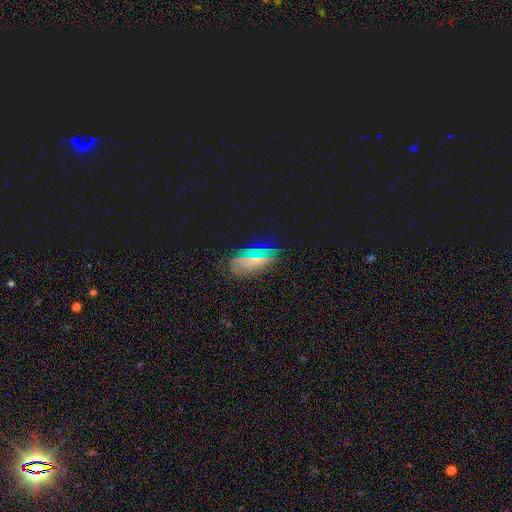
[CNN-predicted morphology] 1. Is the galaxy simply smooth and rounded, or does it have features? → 42% star or artifact, 33% smooth, 24% featured or disk.